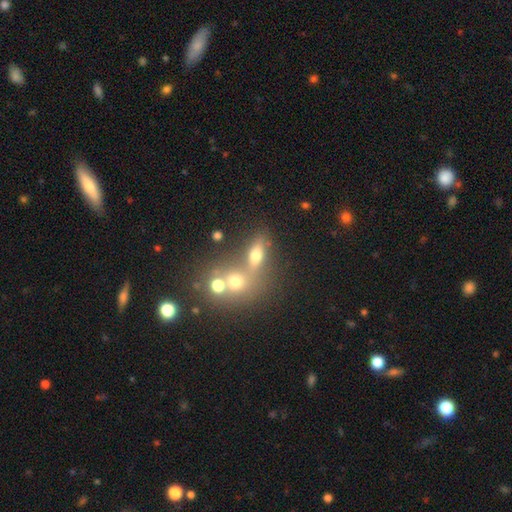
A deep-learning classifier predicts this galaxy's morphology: type=smooth (62%); roundness=in between (55%); merging=none (47%).